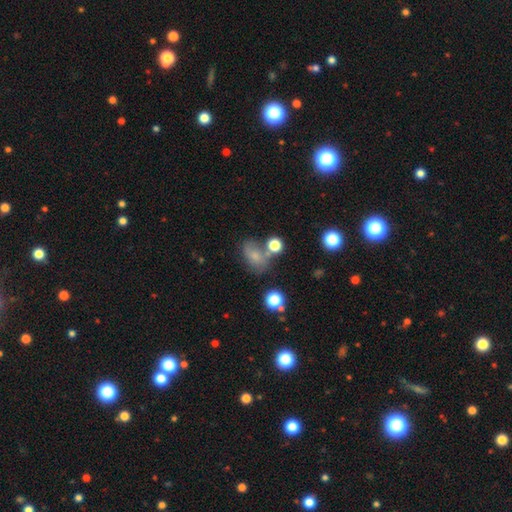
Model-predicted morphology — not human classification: This appears to be a smooth galaxy with no disk features (61%) that is in between round and cigar-shaped (72%). Merging: none (44%).